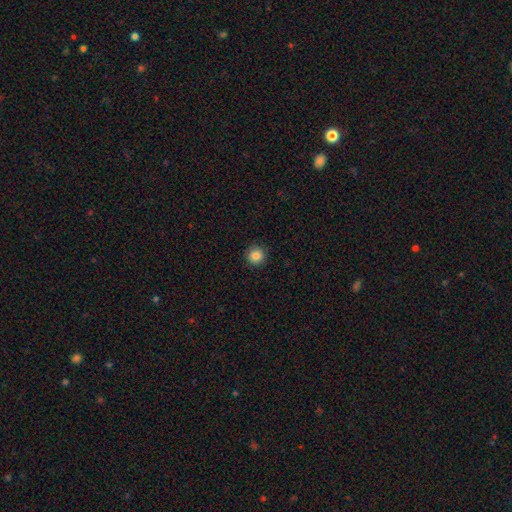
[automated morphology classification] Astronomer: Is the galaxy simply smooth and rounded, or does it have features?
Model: smooth — 86%.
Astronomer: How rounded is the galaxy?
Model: round — 95%.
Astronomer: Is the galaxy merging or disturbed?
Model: none — 91%.